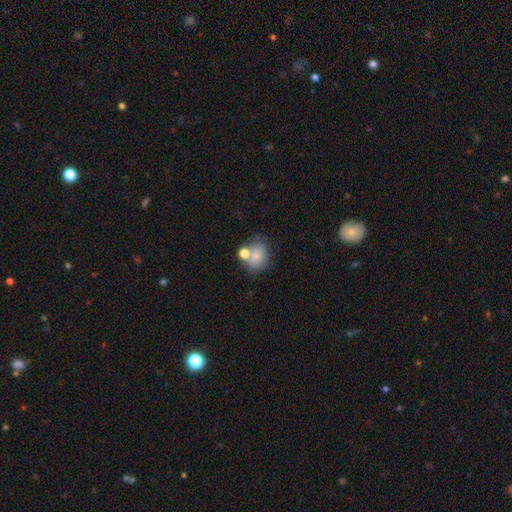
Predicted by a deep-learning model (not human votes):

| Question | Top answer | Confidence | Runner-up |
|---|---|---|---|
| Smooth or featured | smooth | 73% | featured or disk (16%) |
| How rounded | round | 58% | in between (41%) |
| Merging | none | 49% | merger (29%) |